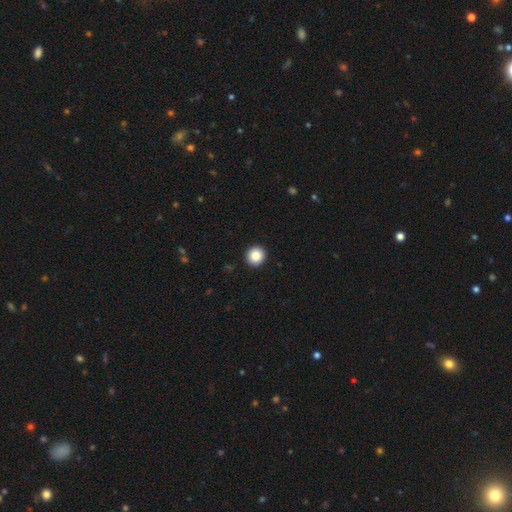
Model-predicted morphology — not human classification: smooth-or-featured: smooth: 87% | star or artifact: 9% | featured or disk: 4%
  how-rounded: round: 94% | in between: 5% | cigar-shaped: 1%
  merging: none: 93% | minor disturbance: 4% | major disturbance: 1% | merger: 1%